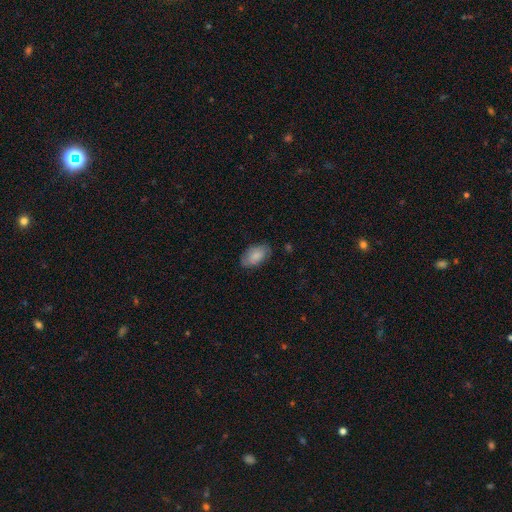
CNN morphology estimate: Overall: smooth (80%). How rounded: in between (94%). Merging: none (77%).